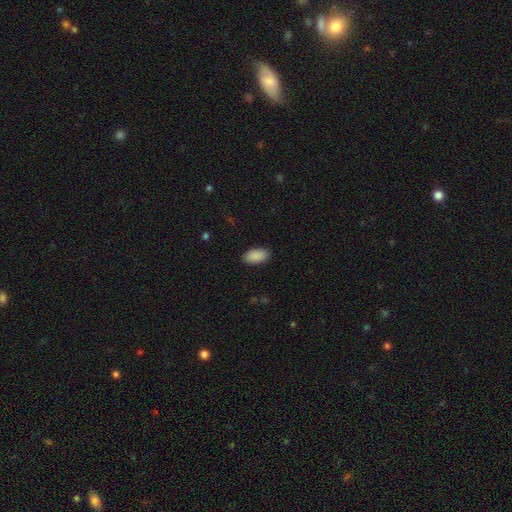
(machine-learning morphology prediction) The model was most divided on "merging": none: 88%, minor disturbance: 8%, major disturbance: 2%, merger: 1%. More confident: how rounded — in between (94%); smooth or featured — smooth (90%).